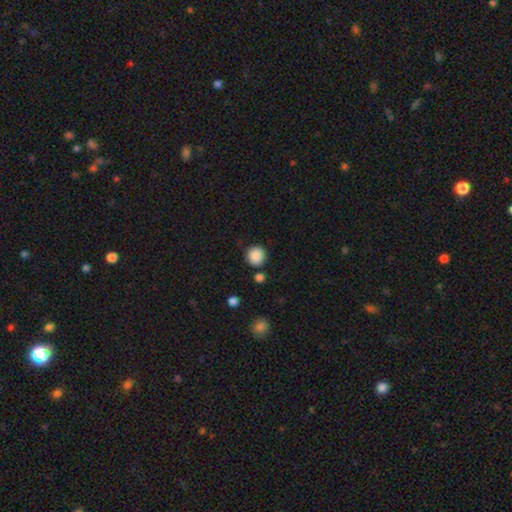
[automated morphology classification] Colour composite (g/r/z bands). It shows a smooth galaxy with no disk features (88%) that is round (91%). Merging: none (83%).